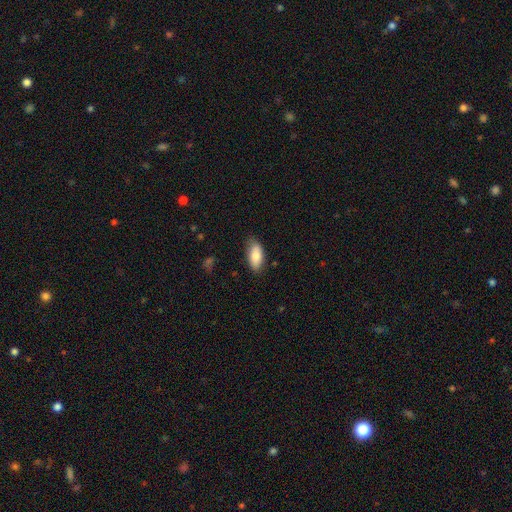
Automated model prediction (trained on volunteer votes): This is clearly a smooth galaxy (84%). How rounded: clearly in between (89%). Merging: likely none (78%).